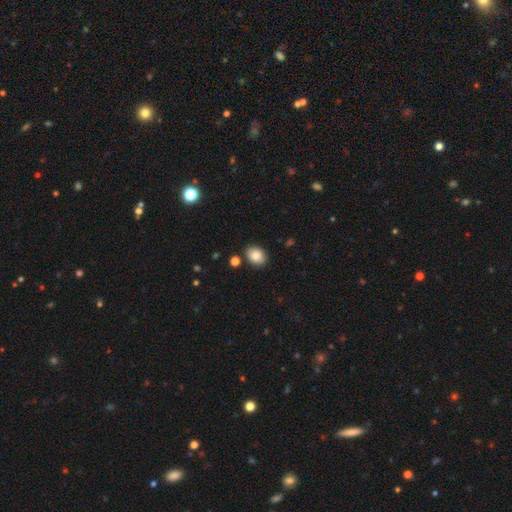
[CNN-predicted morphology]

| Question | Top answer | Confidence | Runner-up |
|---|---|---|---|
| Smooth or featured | smooth | 84% | star or artifact (9%) |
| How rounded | in between | 68% | round (31%) |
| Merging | none | 86% | minor disturbance (9%) |